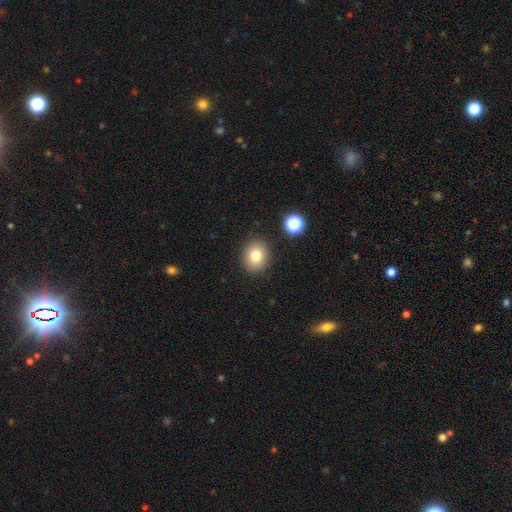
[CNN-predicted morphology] Smooth or featured: smooth — 80% (star or artifact — 11%)
How rounded: round — 64% (in between — 36%)
Merging: none — 87% (minor disturbance — 8%)